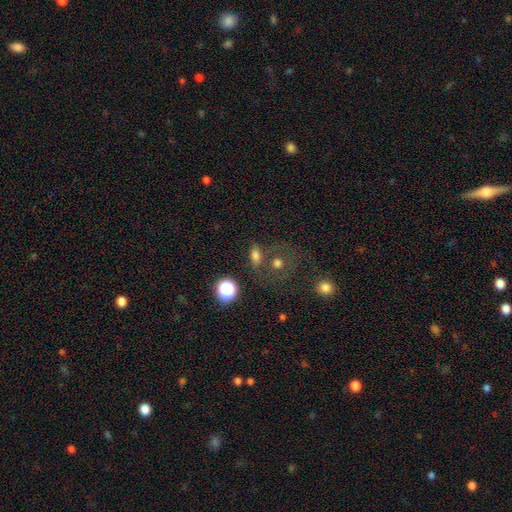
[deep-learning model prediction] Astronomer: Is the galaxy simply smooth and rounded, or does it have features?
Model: smooth — 71%.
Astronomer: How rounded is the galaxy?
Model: in between — 66%.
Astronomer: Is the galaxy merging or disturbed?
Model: none — 64%.